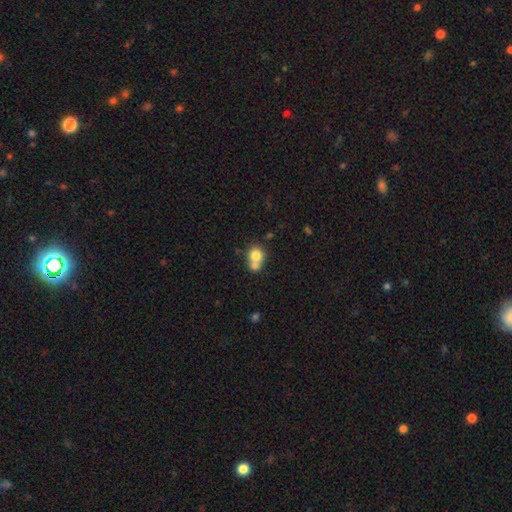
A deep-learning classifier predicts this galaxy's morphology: Smooth or featured? smooth (76%)
How rounded? round (74%)
Merging? merger (56%)